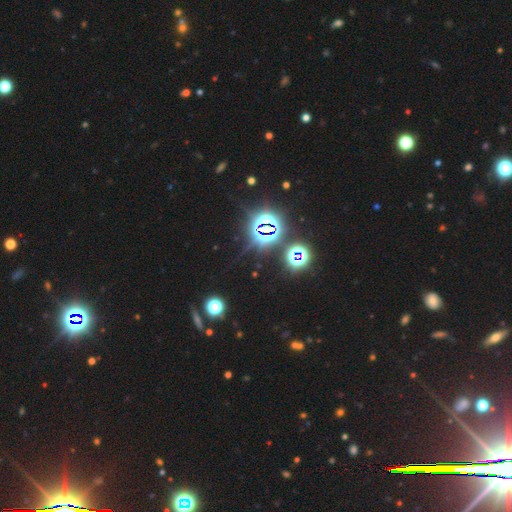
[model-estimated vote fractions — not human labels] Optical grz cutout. It shows a star or artifact, not a galaxy (78%).